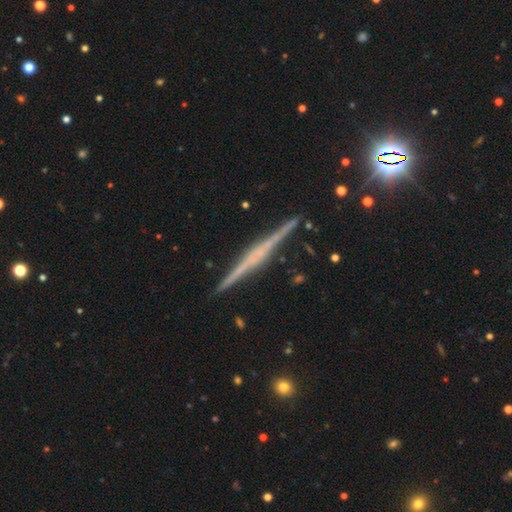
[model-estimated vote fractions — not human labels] Smooth or featured? featured or disk (79%)
Edge-on disk? yes (99%)
Edge-on bulge? none (49%)
Merging? none (91%)